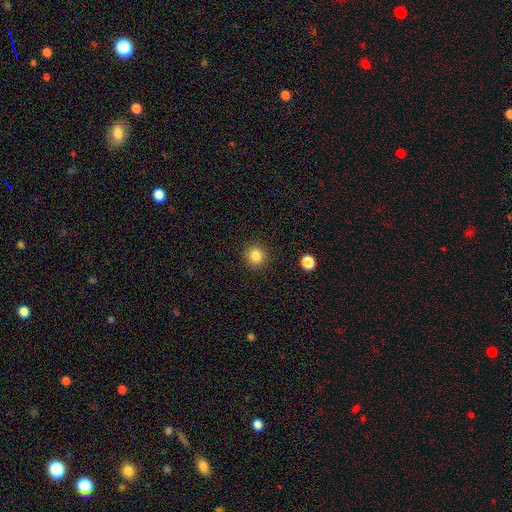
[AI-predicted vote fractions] Smooth or featured? Predicted: smooth (p=0.84). How rounded? Predicted: round (p=0.92). Merging? Predicted: none (p=0.91).